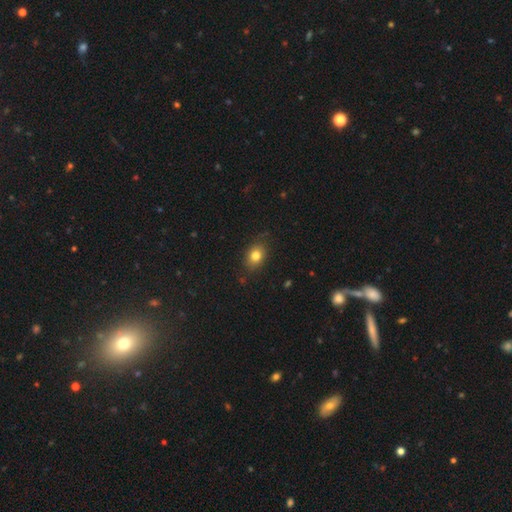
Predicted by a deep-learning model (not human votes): A smooth galaxy with no disk features (80%) that is in between round and cigar-shaped (67%).

Vote fractions:
- Smooth or featured? smooth: 80% / star or artifact: 10% / featured or disk: 9%
- How rounded? in between: 67% / round: 32% / cigar-shaped: 1%
- Merging? none: 80% / minor disturbance: 15% / major disturbance: 3% / merger: 1%